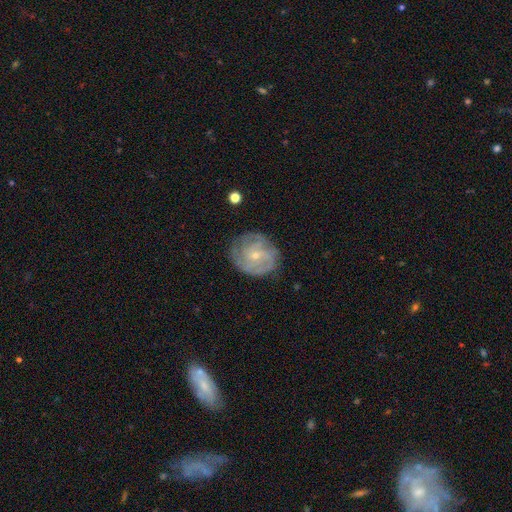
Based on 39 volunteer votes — smooth_or_featured: featured or disk (p=0.62) [alt: smooth p=0.28]
disk_edge_on: no (p=1.00)
bar: no (p=0.75) [alt: weak p=0.25]
has_spiral_arms: yes (p=0.92) [alt: no p=0.08]
spiral_winding: tight (p=0.59) [alt: medium p=0.32]
spiral_arm_count: can't tell (p=0.32) [alt: 4 p=0.27]
bulge_size: small (p=0.79) [alt: moderate p=0.21]
merging: none (p=0.83) [alt: minor disturbance p=0.11]